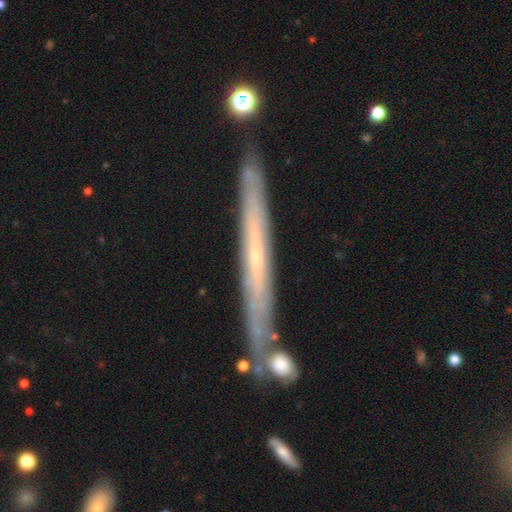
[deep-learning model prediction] This appears to be a featured or disk galaxy (71%) viewed edge-on (91%) with no central bulge (67%). Merging: none (85%).